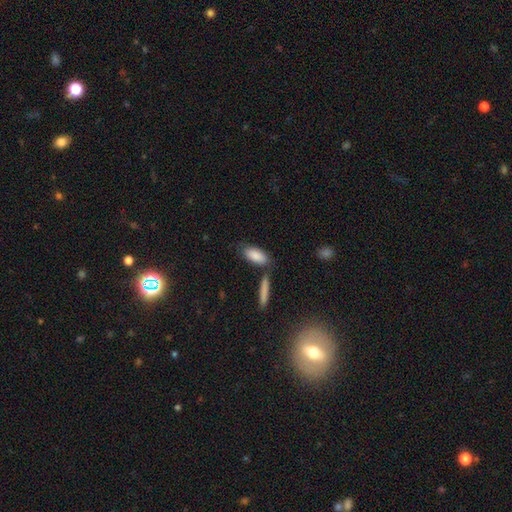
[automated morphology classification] type=smooth (87%); roundness=in between (83%); merging=none (68%).